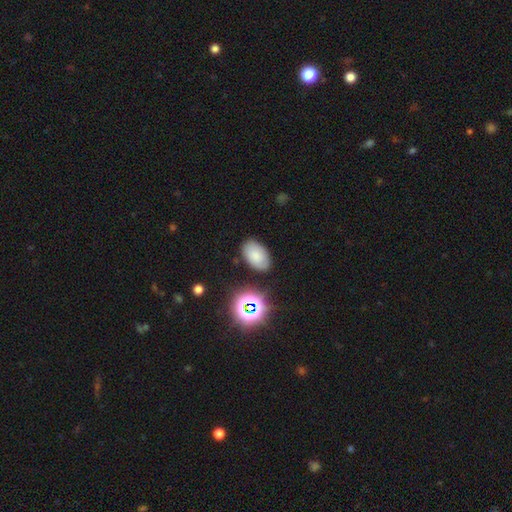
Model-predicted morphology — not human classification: Smooth or featured: smooth — 71% (featured or disk — 16%)
How rounded: in between — 91% (round — 8%)
Merging: none — 79% (minor disturbance — 14%)